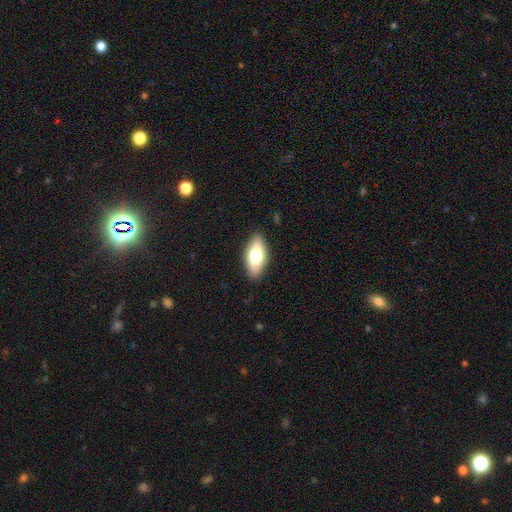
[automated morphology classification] smooth_or_featured: smooth (p=0.68) [alt: featured or disk p=0.26]
how_rounded: in between (p=0.85) [alt: cigar-shaped p=0.12]
merging: none (p=0.87) [alt: minor disturbance p=0.10]